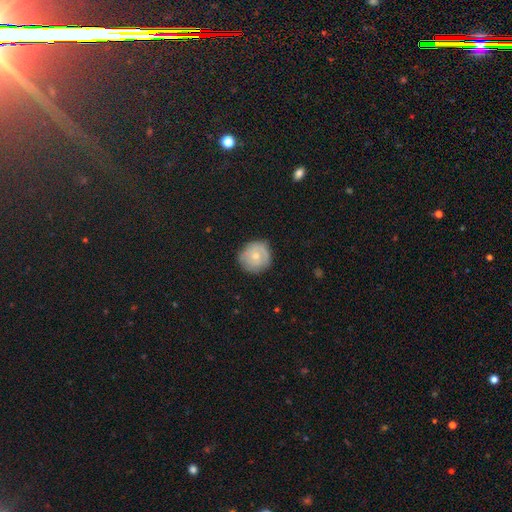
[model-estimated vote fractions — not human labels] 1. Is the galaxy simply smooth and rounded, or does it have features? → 50% smooth, 42% featured or disk, 7% star or artifact.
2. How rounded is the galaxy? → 91% round, 8% in between, 1% cigar-shaped.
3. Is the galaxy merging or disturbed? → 79% none, 16% minor disturbance, 4% major disturbance, 1% merger.